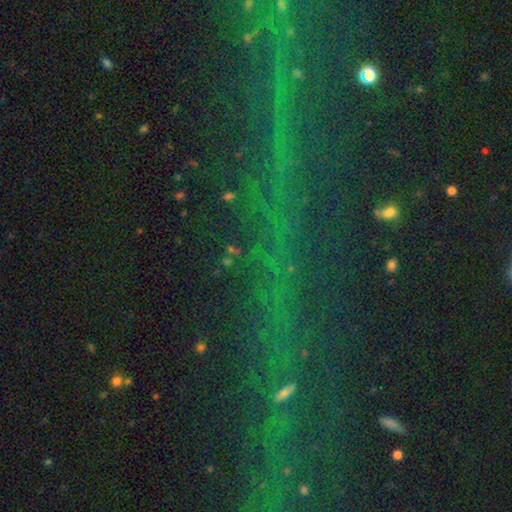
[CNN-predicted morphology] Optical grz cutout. It shows a star or artifact, not a galaxy (75%).